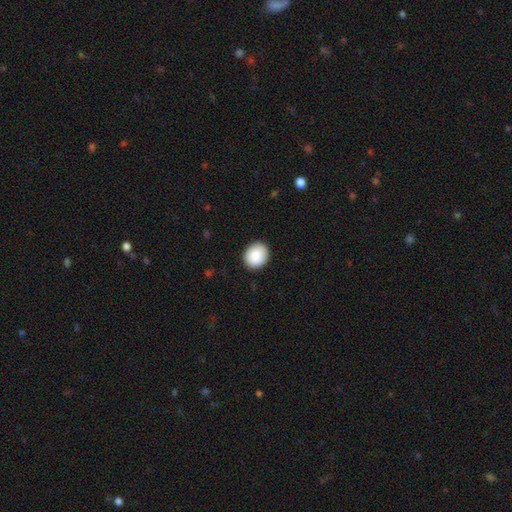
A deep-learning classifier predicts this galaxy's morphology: Smooth or featured: smooth — 89% (star or artifact — 7%)
How rounded: round — 70% (in between — 29%)
Merging: none — 89% (minor disturbance — 8%)